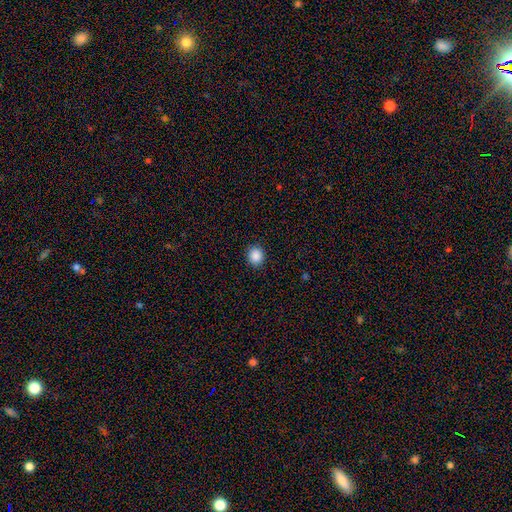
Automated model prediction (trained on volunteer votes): The model was most divided on "how rounded": round: 80%, in between: 19%, cigar-shaped: 1%. More confident: merging — none (90%); smooth or featured — smooth (88%).